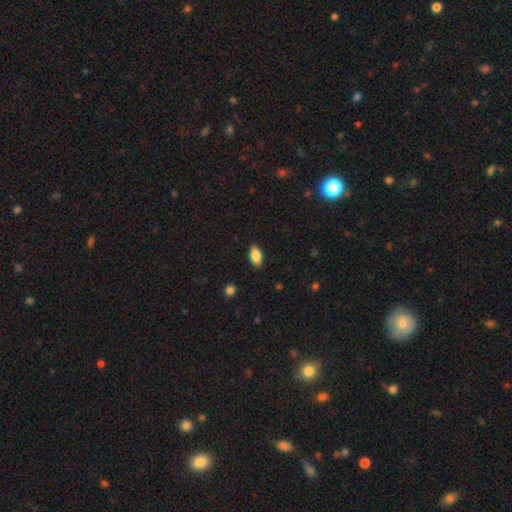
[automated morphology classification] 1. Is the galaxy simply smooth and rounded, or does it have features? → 82% smooth, 10% featured or disk, 7% star or artifact.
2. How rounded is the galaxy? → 92% in between, 5% cigar-shaped, 4% round.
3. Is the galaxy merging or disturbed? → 88% none, 9% minor disturbance, 2% major disturbance, 1% merger.